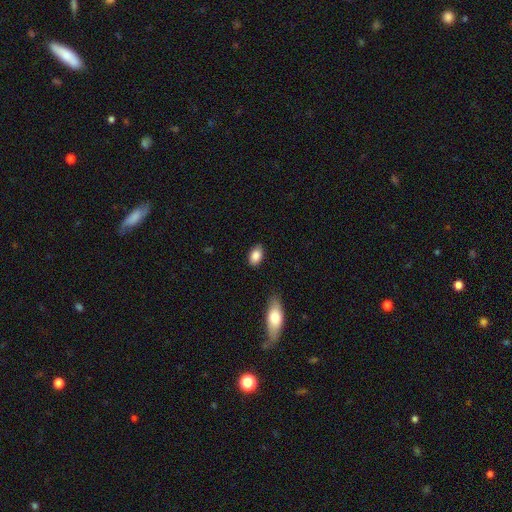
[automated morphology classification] smooth_or_featured: smooth (p=0.87) [alt: star or artifact p=0.07]
how_rounded: in between (p=0.88) [alt: round p=0.10]
merging: none (p=0.83) [alt: minor disturbance p=0.12]